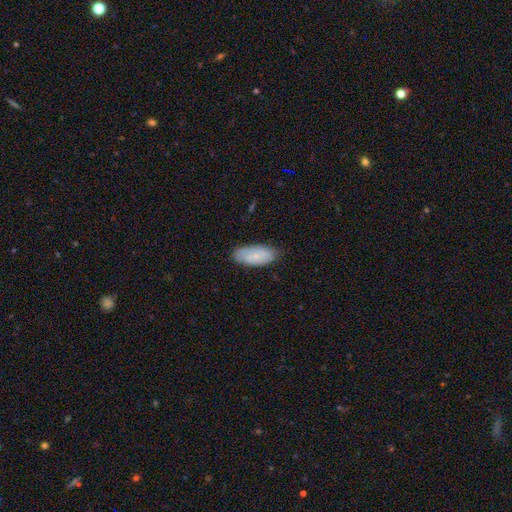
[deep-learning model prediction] Q: Smooth or featured?
A: smooth (62%); runner-up: featured or disk (31%)
Q: How rounded?
A: in between (87%); runner-up: cigar-shaped (11%)
Q: Merging?
A: none (79%); runner-up: minor disturbance (17%)